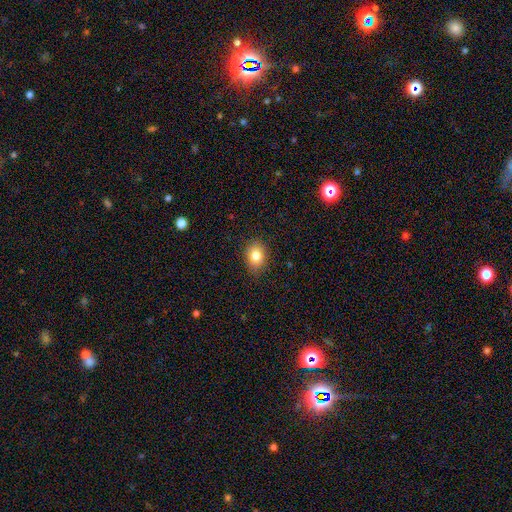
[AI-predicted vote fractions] Morphology: type=smooth (84%); roundness=in between (60%); merging=none (84%).